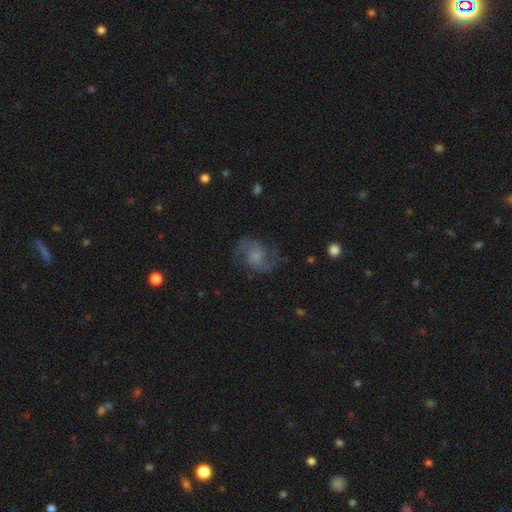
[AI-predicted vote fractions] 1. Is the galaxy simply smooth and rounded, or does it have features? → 74% featured or disk, 16% smooth, 9% star or artifact.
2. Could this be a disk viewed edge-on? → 98% no, 2% yes.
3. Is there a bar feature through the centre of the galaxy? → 61% no, 33% weak, 6% strong.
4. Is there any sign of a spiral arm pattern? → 95% yes, 5% no.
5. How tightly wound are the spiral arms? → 51% medium, 34% loose, 14% tight.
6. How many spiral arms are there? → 90% 2, 4% can't tell, 2% 3, 2% 1, 1% 4, 1% more than 4.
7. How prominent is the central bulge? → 30% none, 28% moderate, 27% small, 13% large, 2% dominant.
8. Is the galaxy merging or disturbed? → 73% none, 16% minor disturbance, 9% major disturbance, 1% merger.